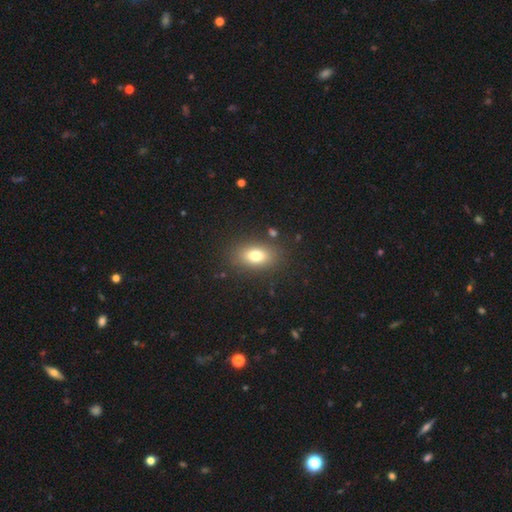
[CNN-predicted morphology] Overall: smooth (78%). How rounded: in between (83%). Merging: none (84%).